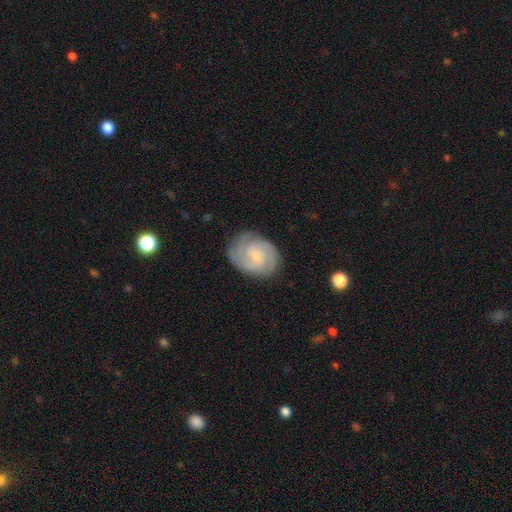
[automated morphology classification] type=featured or disk (73%); edge-on=no (98%); bar=no (52%); spiral arms=yes (94%); winding=tight (56%); arm count=2 (51%); bulge=small (69%); merging=none (77%).